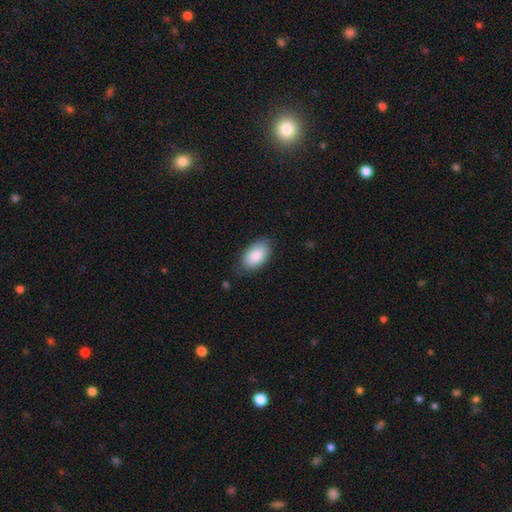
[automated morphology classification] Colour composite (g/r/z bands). It shows a smooth galaxy with no disk features (85%) that is in between round and cigar-shaped (94%). Merging: none (74%).